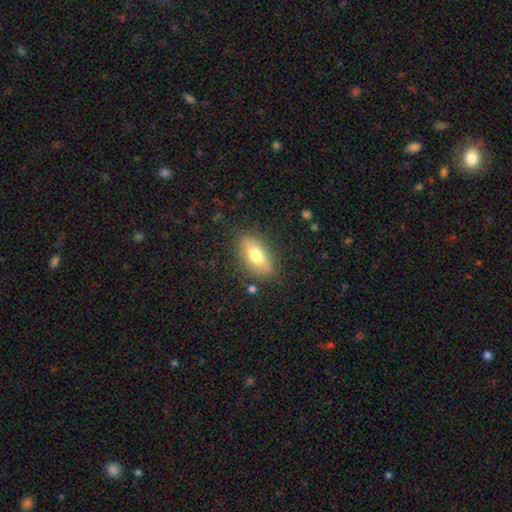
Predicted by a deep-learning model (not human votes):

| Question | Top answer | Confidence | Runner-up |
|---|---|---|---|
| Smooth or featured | smooth | 70% | featured or disk (22%) |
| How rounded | in between | 85% | cigar-shaped (10%) |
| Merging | none | 82% | minor disturbance (13%) |